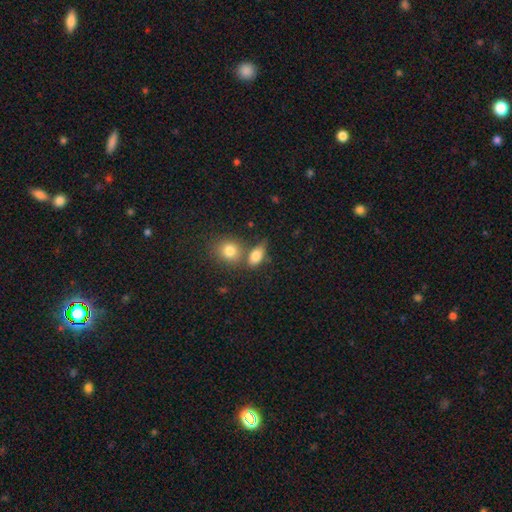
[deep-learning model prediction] Smooth or featured?
  - smooth: 81% *
  - featured or disk: 10%
  - star or artifact: 9%
How rounded?
  - in between: 78% *
  - round: 17%
  - cigar-shaped: 6%
Merging?
  - none: 49% *
  - merger: 28%
  - minor disturbance: 16%
  - major disturbance: 7%